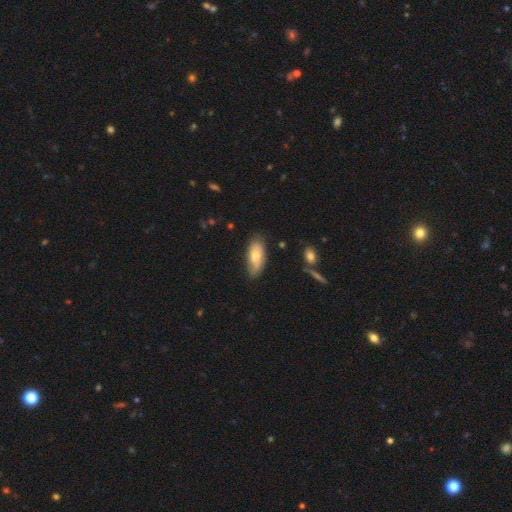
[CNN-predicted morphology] type=smooth (64%); roundness=in between (86%); merging=none (65%).